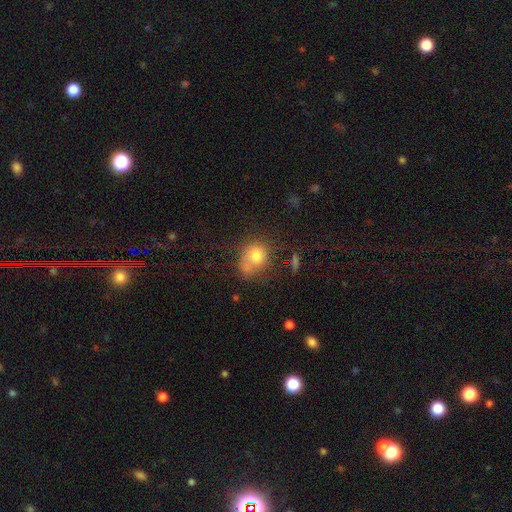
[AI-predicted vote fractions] A smooth galaxy with no disk features (74%) that is round (63%). Merging: none (45%).